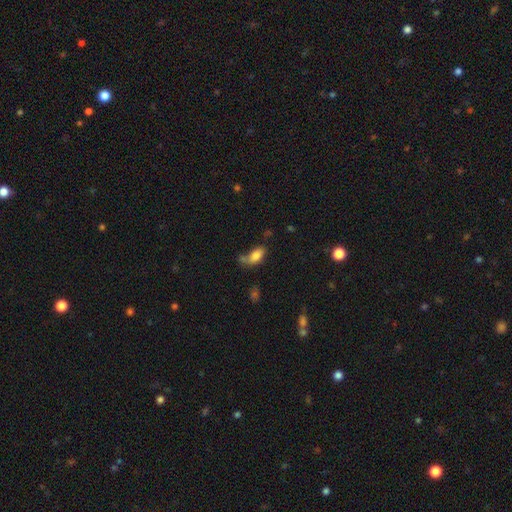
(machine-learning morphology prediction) Smooth or featured? Predicted: smooth (p=0.82). How rounded? Predicted: in between (p=0.90). Merging? Predicted: none (p=0.47).